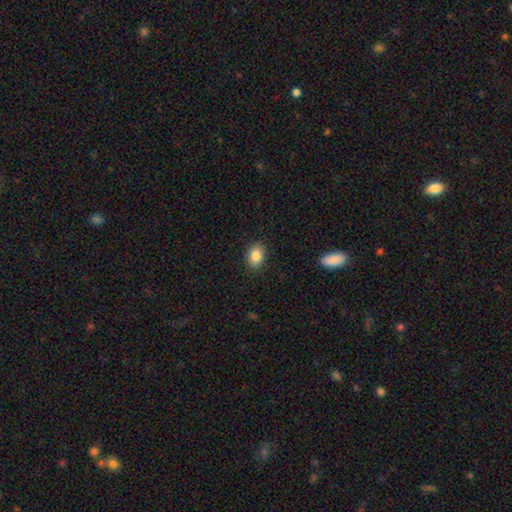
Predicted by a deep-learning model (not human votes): smooth 86%, star or artifact 9%, featured or disk 5%. Down the decision tree: how rounded — in between (75%); merging — none (88%).